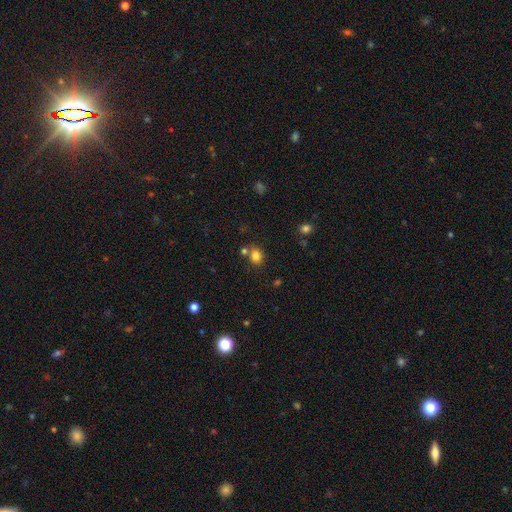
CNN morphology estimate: smooth_or_featured: smooth (p=0.80) [alt: star or artifact p=0.13]
how_rounded: round (p=0.62) [alt: in between p=0.37]
merging: none (p=0.68) [alt: merger p=0.17]